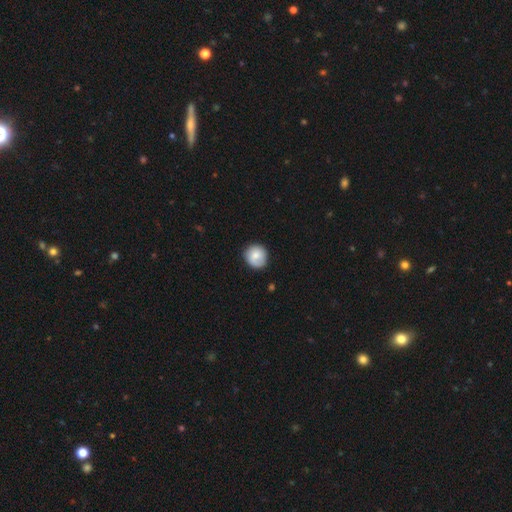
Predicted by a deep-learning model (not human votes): This is likely a smooth galaxy (78%). How rounded: clearly round (89%). Merging: likely none (80%).